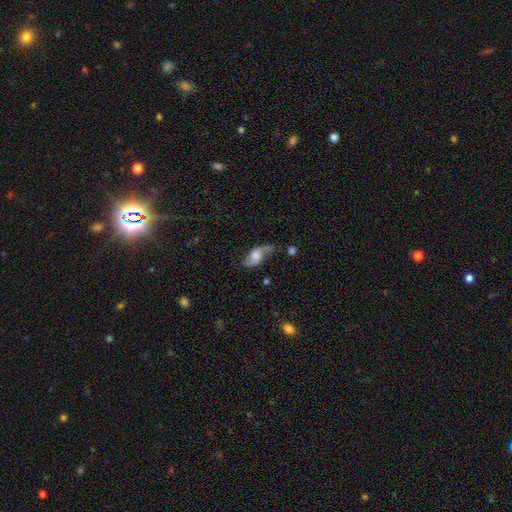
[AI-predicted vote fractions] Smooth or featured? Predicted: featured or disk (p=0.57). Edge-on disk? Predicted: no (p=0.90). Bar? Predicted: no (p=0.61). Spiral arms? Predicted: yes (p=0.88). Bulge size? Predicted: moderate (p=0.33). Merging? Predicted: none (p=0.52).